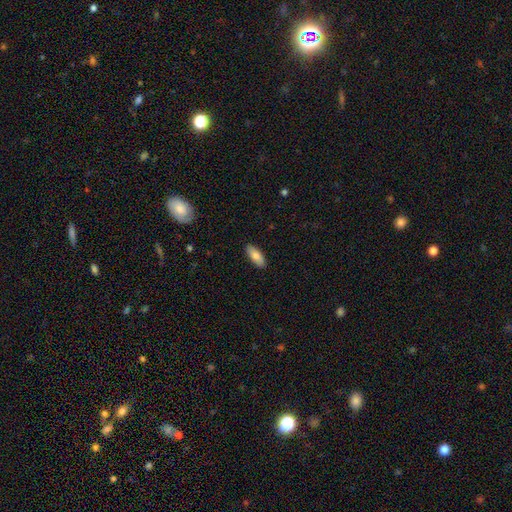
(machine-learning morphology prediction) smooth_or_featured: smooth (p=0.82) [alt: featured or disk p=0.12]
how_rounded: in between (p=0.80) [alt: cigar-shaped p=0.18]
merging: none (p=0.89) [alt: minor disturbance p=0.08]